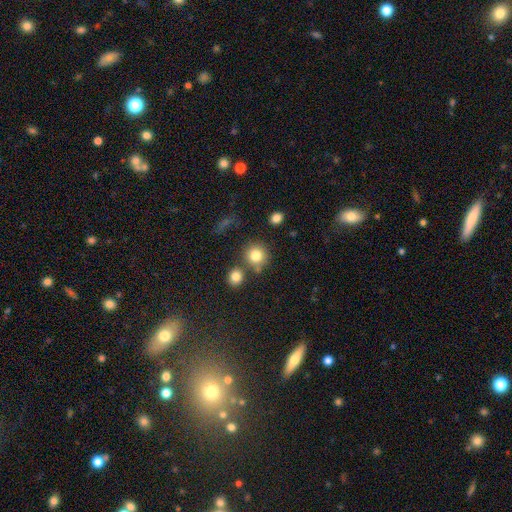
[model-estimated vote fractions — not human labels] Smooth or featured? Predicted: smooth (p=0.81). How rounded? Predicted: round (p=0.91). Merging? Predicted: none (p=0.70).